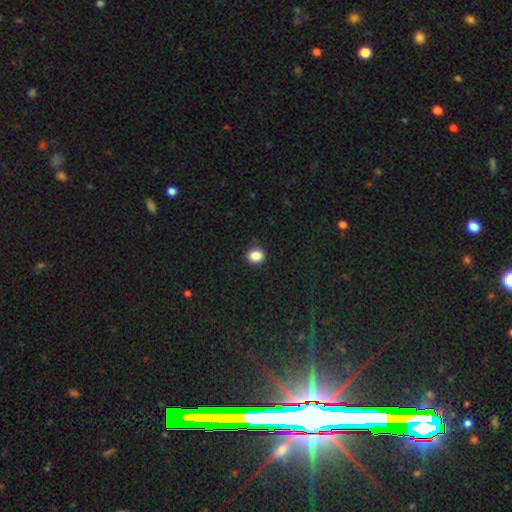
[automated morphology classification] Smooth or featured? Predicted: smooth (p=0.87). How rounded? Predicted: round (p=0.65). Merging? Predicted: none (p=0.88).